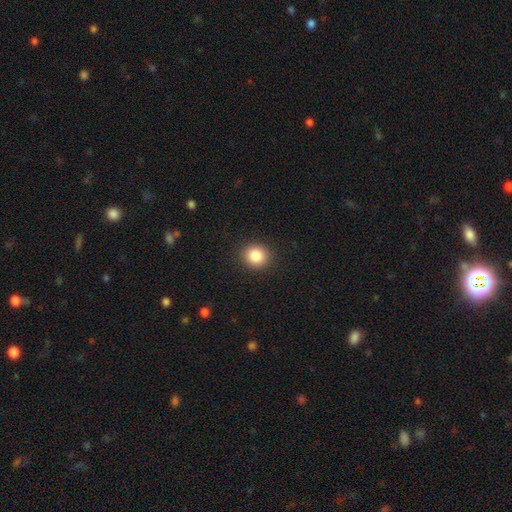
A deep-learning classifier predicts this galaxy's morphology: The model was most divided on "how rounded": round: 83%, in between: 16%, cigar-shaped: 1%. More confident: merging — none (91%); smooth or featured — smooth (86%).